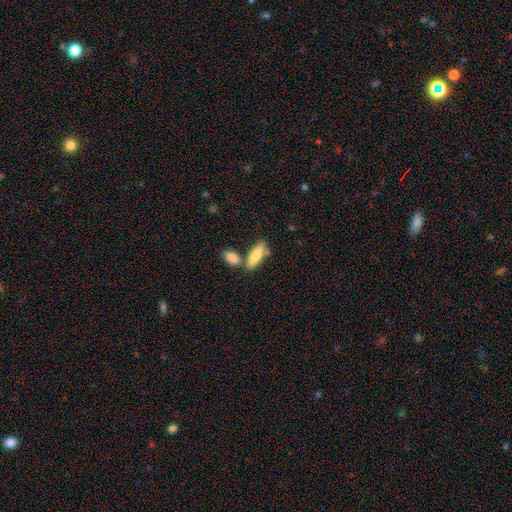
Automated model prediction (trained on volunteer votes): smooth-or-featured: smooth: 80% | featured or disk: 14% | star or artifact: 6%
  how-rounded: in between: 56% | cigar-shaped: 41% | round: 3%
  merging: none: 54% | merger: 29% | minor disturbance: 13% | major disturbance: 4%